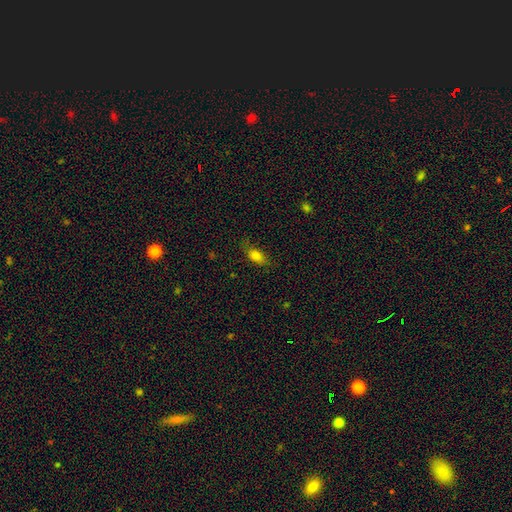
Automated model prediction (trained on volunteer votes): smooth_or_featured: smooth (p=0.78) [alt: featured or disk p=0.11]
how_rounded: in between (p=0.83) [alt: round p=0.09]
merging: none (p=0.75) [alt: minor disturbance p=0.19]